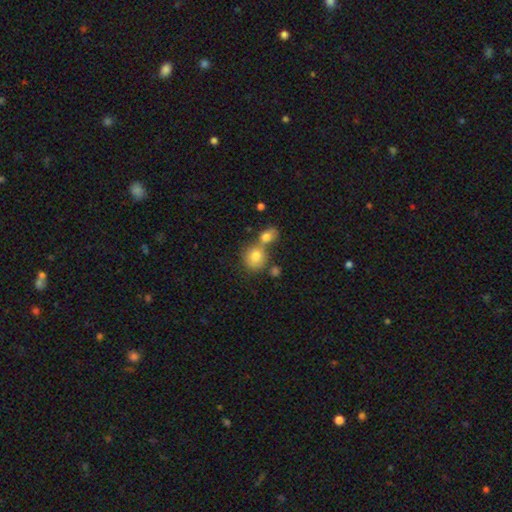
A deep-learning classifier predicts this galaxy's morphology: This appears to be a smooth galaxy with no disk features (77%) that is round (77%). Merging: merger (46%).